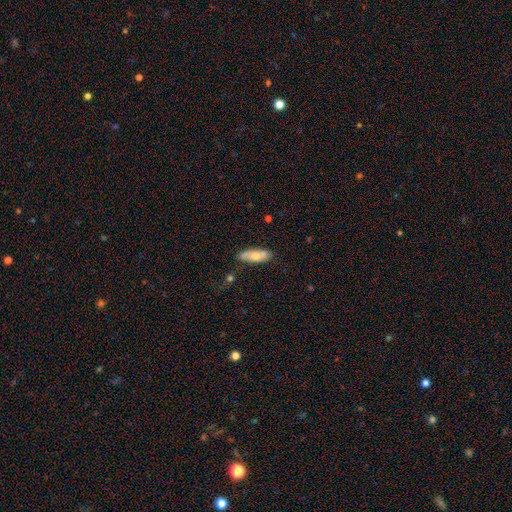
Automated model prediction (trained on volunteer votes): Smooth or featured: smooth — 63% (featured or disk — 31%)
How rounded: in between — 72% (cigar-shaped — 26%)
Merging: none — 76% (minor disturbance — 16%)